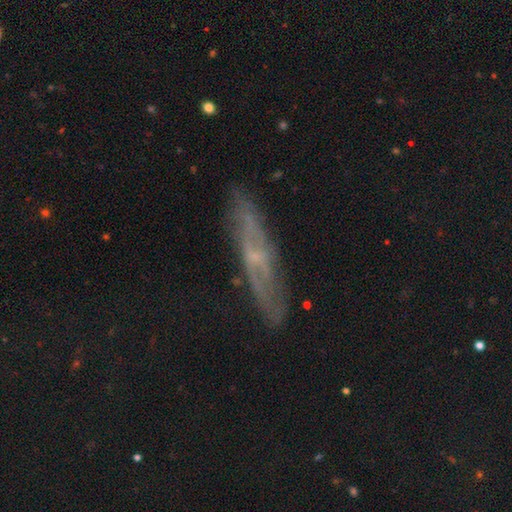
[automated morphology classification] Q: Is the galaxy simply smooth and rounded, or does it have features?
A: featured or disk — 64%.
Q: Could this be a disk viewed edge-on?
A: yes — 60%.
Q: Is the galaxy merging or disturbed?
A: none — 79%.